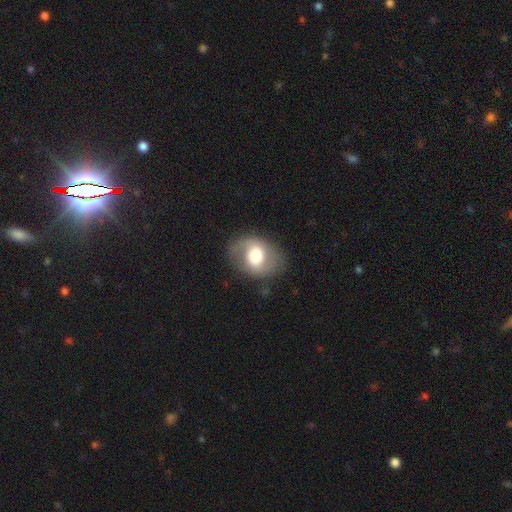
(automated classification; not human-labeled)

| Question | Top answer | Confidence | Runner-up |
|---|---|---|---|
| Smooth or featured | featured or disk | 47% | smooth (46%) |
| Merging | none | 74% | minor disturbance (16%) |